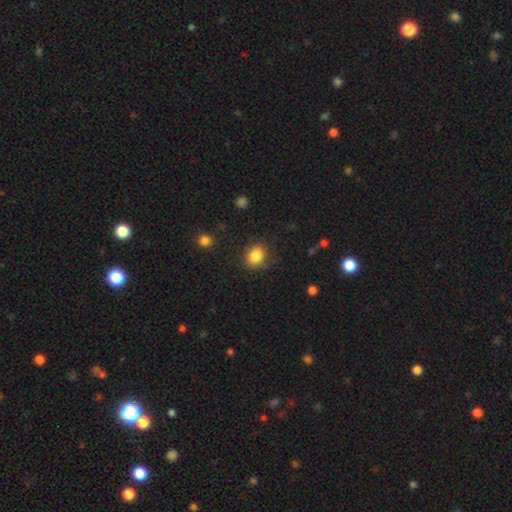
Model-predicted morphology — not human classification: Smooth or featured?
  - smooth: 86% *
  - star or artifact: 9%
  - featured or disk: 5%
How rounded?
  - round: 55% *
  - in between: 44%
  - cigar-shaped: 1%
Merging?
  - none: 85% *
  - minor disturbance: 10%
  - major disturbance: 3%
  - merger: 1%